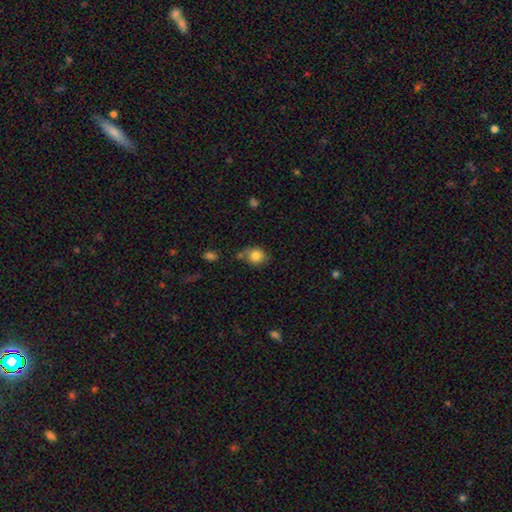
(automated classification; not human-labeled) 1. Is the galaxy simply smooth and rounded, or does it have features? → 82% smooth, 10% star or artifact, 8% featured or disk.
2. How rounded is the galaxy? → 68% round, 31% in between, 1% cigar-shaped.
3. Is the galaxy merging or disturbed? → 61% none, 22% minor disturbance, 12% merger, 6% major disturbance.